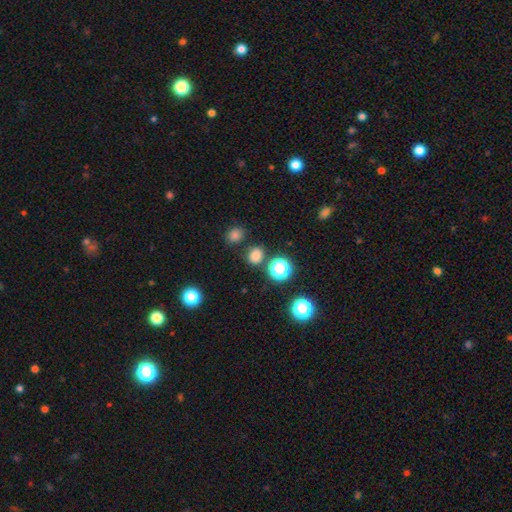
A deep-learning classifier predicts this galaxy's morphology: This appears to be a smooth galaxy with no disk features (73%) that is round (69%). Merging: none (79%).